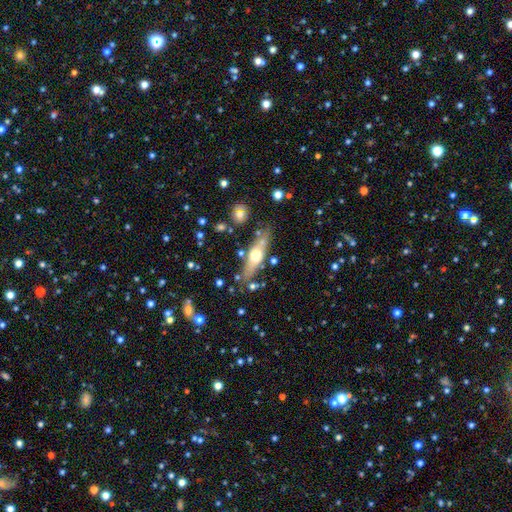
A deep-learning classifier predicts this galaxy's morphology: Smooth or featured: smooth — 47% (featured or disk — 46%)
Merging: none — 73% (minor disturbance — 15%)